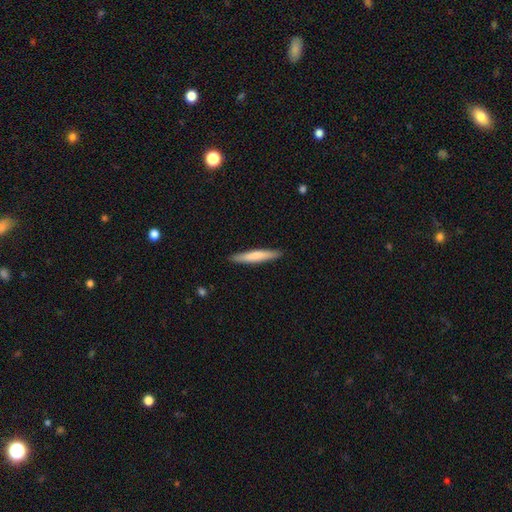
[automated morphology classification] A smooth galaxy with no disk features (72%) that is cigar-shaped (93%). Merging: none (90%).